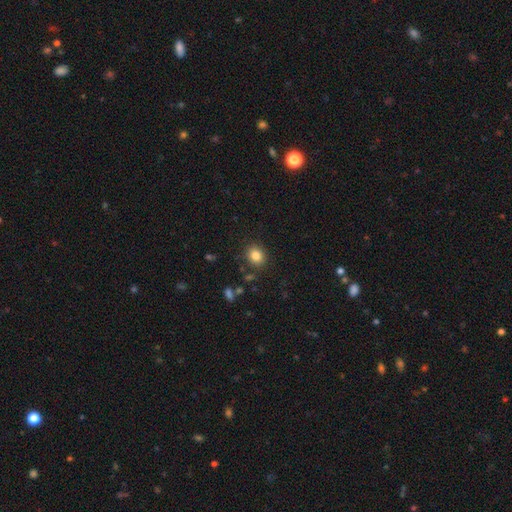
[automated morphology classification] Overall: smooth (83%). How rounded: round (66%; in between 33%). Merging: none (86%).